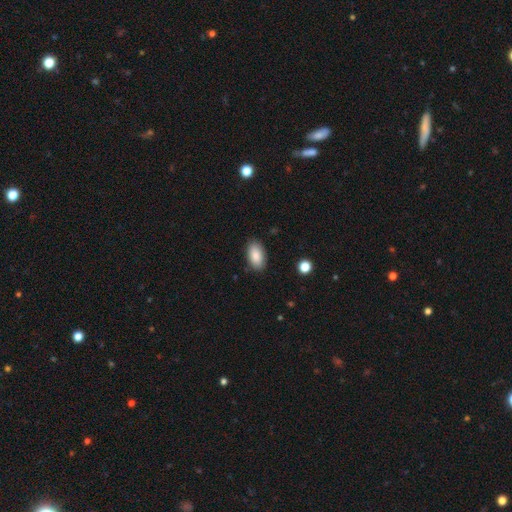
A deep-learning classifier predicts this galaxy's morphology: Smooth or featured: smooth — 87% (star or artifact — 7%)
How rounded: in between — 94% (round — 3%)
Merging: none — 86% (minor disturbance — 10%)